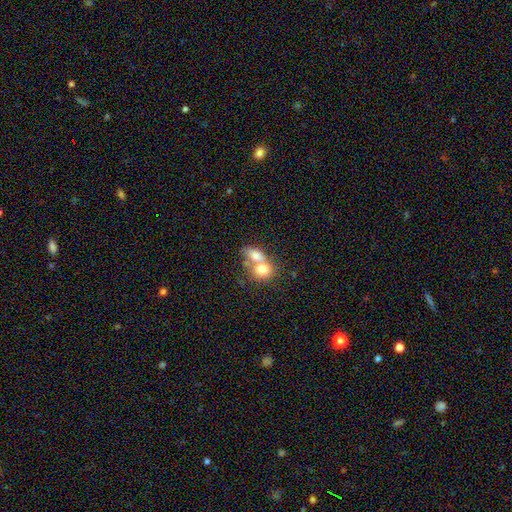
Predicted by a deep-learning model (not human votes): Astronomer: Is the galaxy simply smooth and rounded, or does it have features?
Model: smooth — 72%.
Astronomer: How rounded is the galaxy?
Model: in between — 65%.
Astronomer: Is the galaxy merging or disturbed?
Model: merger — 71%.